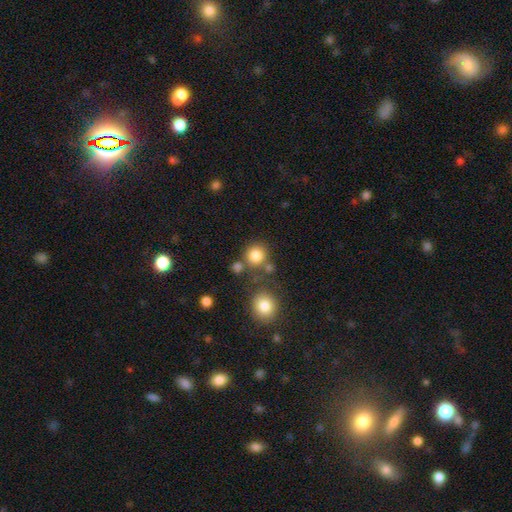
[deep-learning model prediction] Smooth or featured? smooth (83%)
How rounded? round (89%)
Merging? none (71%)